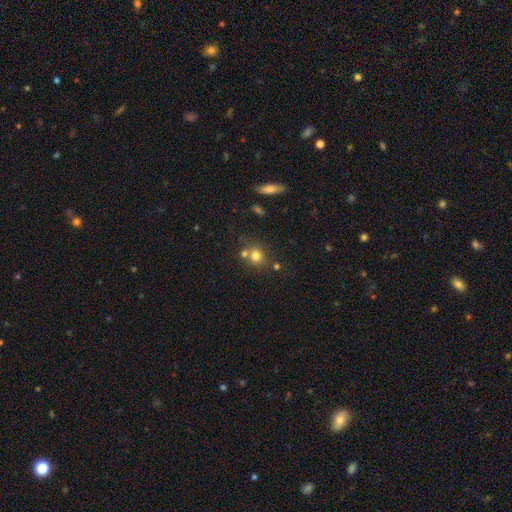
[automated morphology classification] Smooth or featured?
  - smooth: 75% *
  - star or artifact: 14%
  - featured or disk: 11%
How rounded?
  - round: 83% *
  - in between: 16%
  - cigar-shaped: 1%
Merging?
  - none: 58% *
  - merger: 28%
  - minor disturbance: 10%
  - major disturbance: 4%